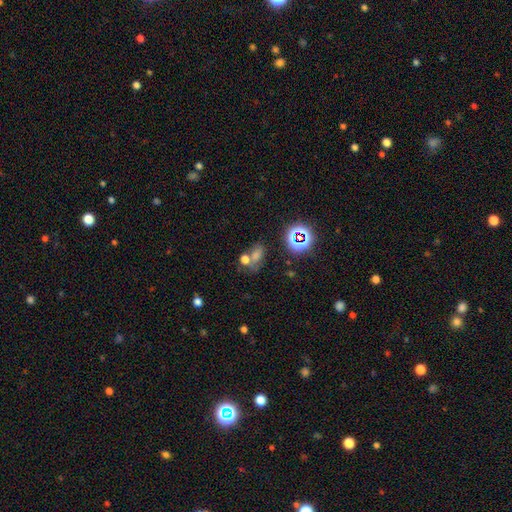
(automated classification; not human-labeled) Q: Smooth or featured?
A: star or artifact (43%); runner-up: smooth (42%)